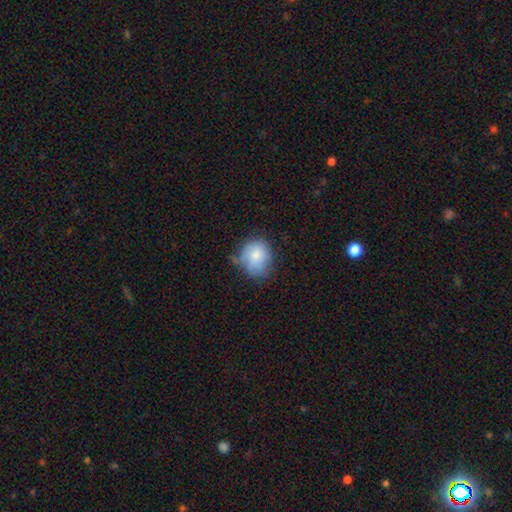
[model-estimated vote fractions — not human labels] Smooth or featured?
  - smooth: 79% *
  - featured or disk: 13%
  - star or artifact: 8%
How rounded?
  - round: 73% *
  - in between: 26%
  - cigar-shaped: 1%
Merging?
  - none: 49% *
  - minor disturbance: 34%
  - major disturbance: 11%
  - merger: 5%